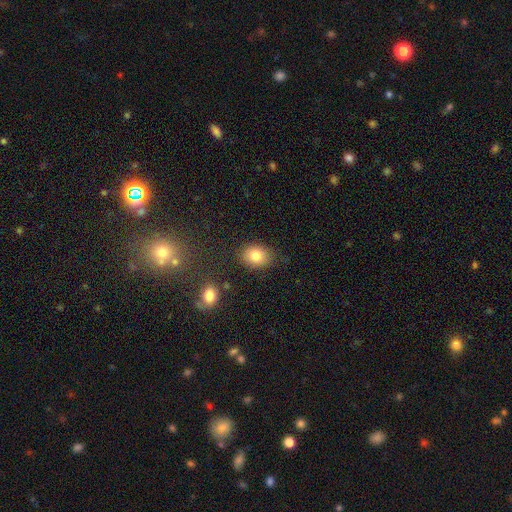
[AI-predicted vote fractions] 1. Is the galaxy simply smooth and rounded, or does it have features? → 82% smooth, 9% star or artifact, 9% featured or disk.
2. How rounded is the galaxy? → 55% in between, 44% round, 1% cigar-shaped.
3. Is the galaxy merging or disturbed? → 81% none, 13% minor disturbance, 3% major disturbance, 3% merger.